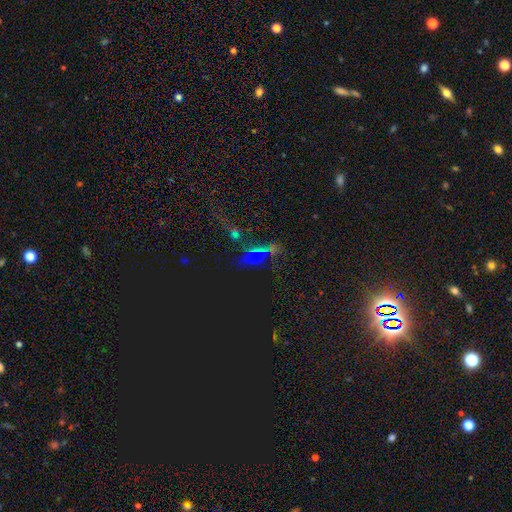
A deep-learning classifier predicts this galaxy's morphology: smooth-or-featured: star or artifact: 64% | smooth: 24% | featured or disk: 12%